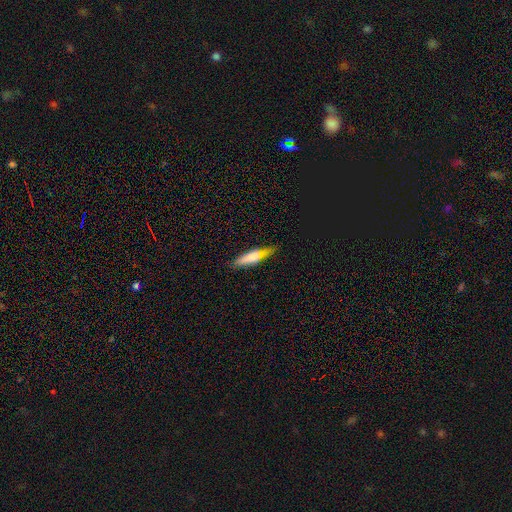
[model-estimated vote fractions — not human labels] A smooth galaxy with no disk features (57%) that is cigar-shaped (77%). Merging: none (73%).